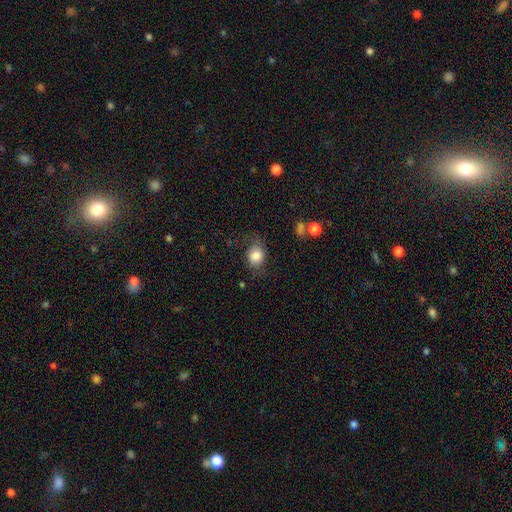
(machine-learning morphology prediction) This appears to be a smooth galaxy with no disk features (82%) that is round (57%). Merging: none (61%).